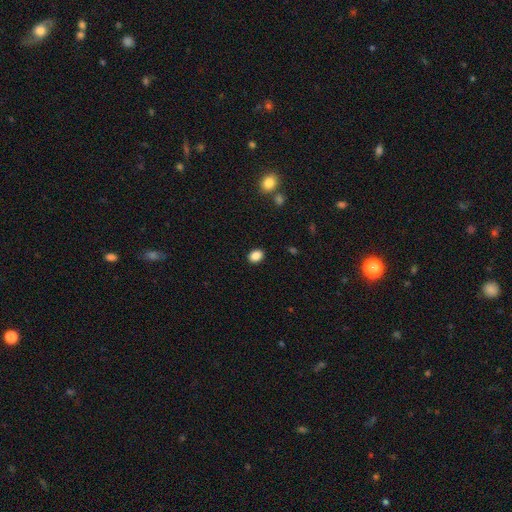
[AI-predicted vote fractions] Morphology: type=smooth (87%); roundness=in between (66%); merging=none (89%).